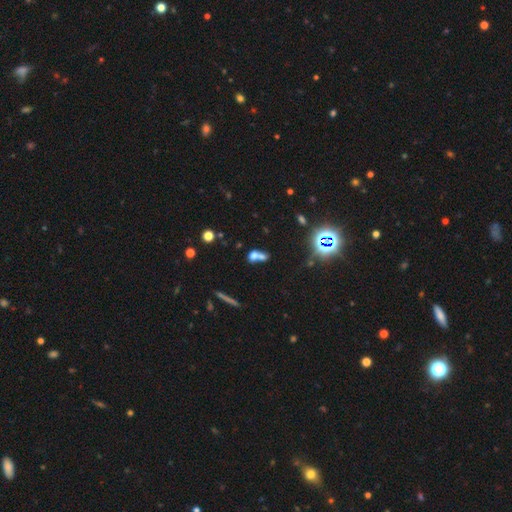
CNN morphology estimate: A smooth galaxy with no disk features (59%) that is in between round and cigar-shaped (53%). Merging: merger (65%).